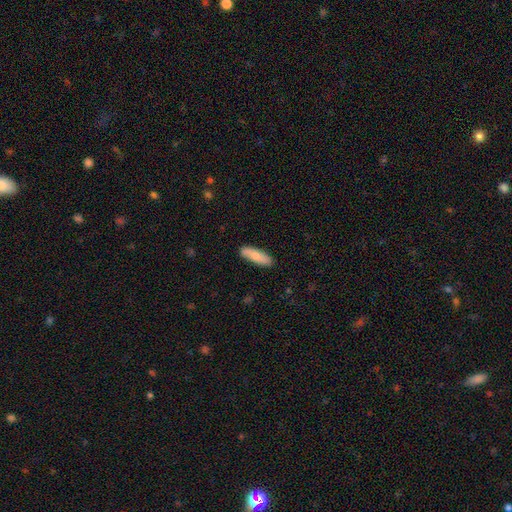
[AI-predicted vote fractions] This is likely a smooth galaxy (80%). How rounded: possibly in between (53%). Merging: clearly none (85%).